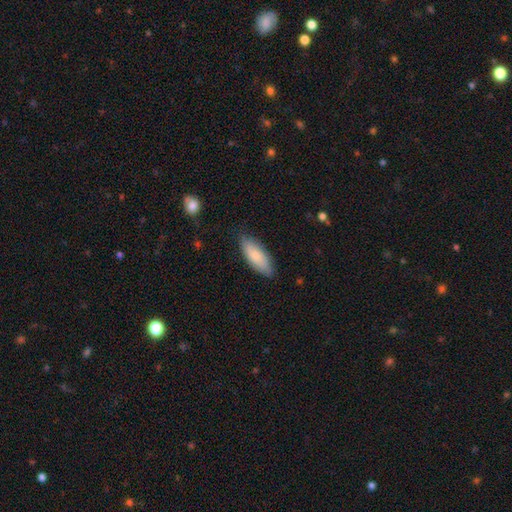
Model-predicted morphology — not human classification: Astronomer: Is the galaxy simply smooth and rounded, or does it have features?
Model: smooth — 80%.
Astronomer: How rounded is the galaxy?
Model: in between — 76%.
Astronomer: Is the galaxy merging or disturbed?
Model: none — 82%.